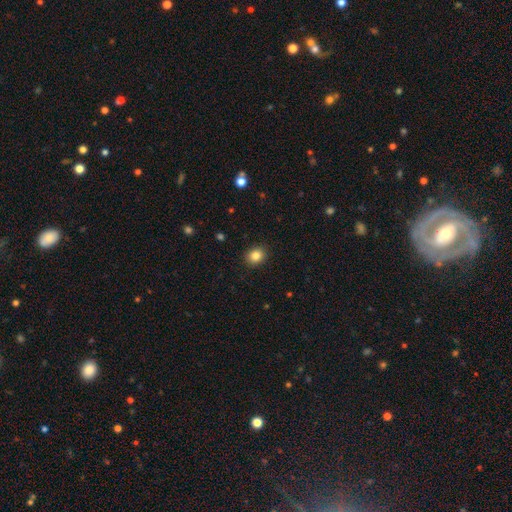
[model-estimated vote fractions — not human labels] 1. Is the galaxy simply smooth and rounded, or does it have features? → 85% smooth, 10% star or artifact, 5% featured or disk.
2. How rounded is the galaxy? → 62% round, 37% in between, 1% cigar-shaped.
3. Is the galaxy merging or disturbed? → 90% none, 7% minor disturbance, 2% major disturbance, 1% merger.